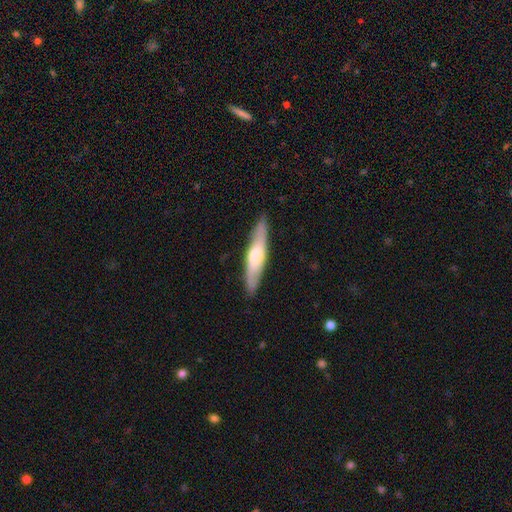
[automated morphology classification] Smooth or featured?
  - smooth: 51% *
  - featured or disk: 44%
  - star or artifact: 5%
How rounded?
  - cigar-shaped: 80% *
  - in between: 18%
  - round: 2%
Merging?
  - none: 88% *
  - minor disturbance: 9%
  - major disturbance: 2%
  - merger: 1%